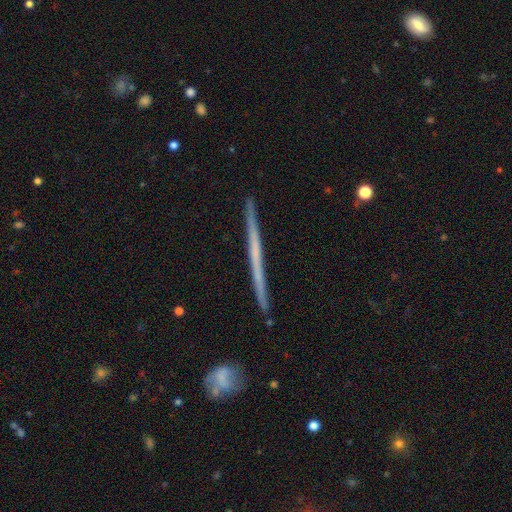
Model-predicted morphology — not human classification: Smooth or featured? featured or disk (63%)
Edge-on disk? yes (98%)
Edge-on bulge? none (89%)
Merging? none (92%)